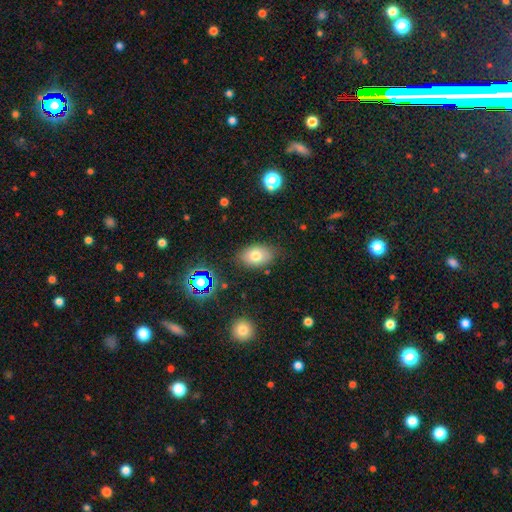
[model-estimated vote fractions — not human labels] Smooth or featured: smooth — 74% (featured or disk — 14%)
How rounded: in between — 85% (round — 14%)
Merging: none — 82% (minor disturbance — 13%)